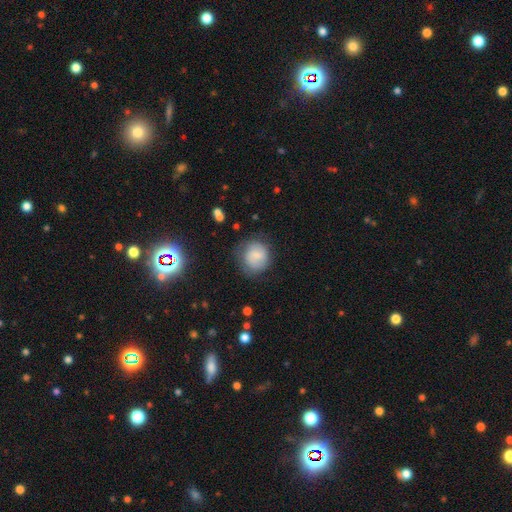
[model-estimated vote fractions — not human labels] Smooth or featured? smooth (62%)
How rounded? round (83%)
Merging? none (69%)